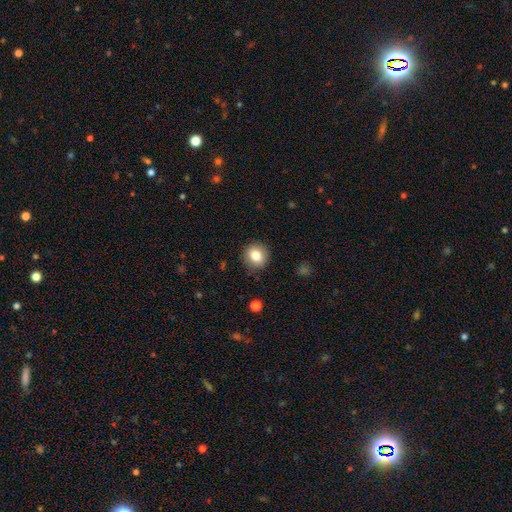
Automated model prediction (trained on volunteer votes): A smooth galaxy with no disk features (82%) that is round (88%).

Vote fractions:
- Smooth or featured? smooth: 82% / star or artifact: 9% / featured or disk: 9%
- How rounded? round: 88% / in between: 11% / cigar-shaped: 1%
- Merging? none: 89% / minor disturbance: 8% / major disturbance: 2% / merger: 1%